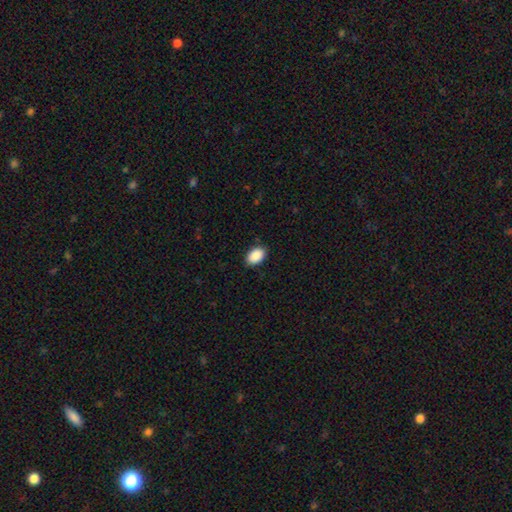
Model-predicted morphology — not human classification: The model was most divided on "merging": none: 87%, minor disturbance: 9%, major disturbance: 2%, merger: 1%. More confident: smooth or featured — smooth (90%); how rounded — in between (90%).